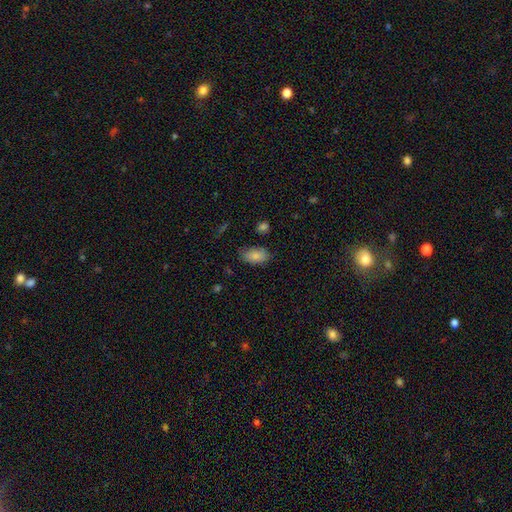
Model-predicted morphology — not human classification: This is clearly a smooth galaxy (84%). How rounded: clearly in between (93%). Merging: likely none (76%).